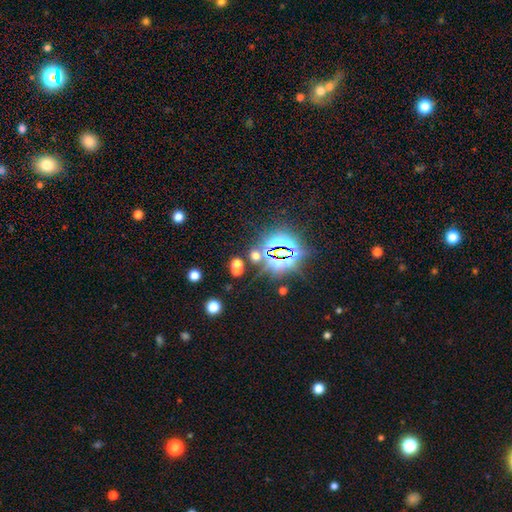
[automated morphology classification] smooth_or_featured: star or artifact (p=0.59) [alt: smooth p=0.32]